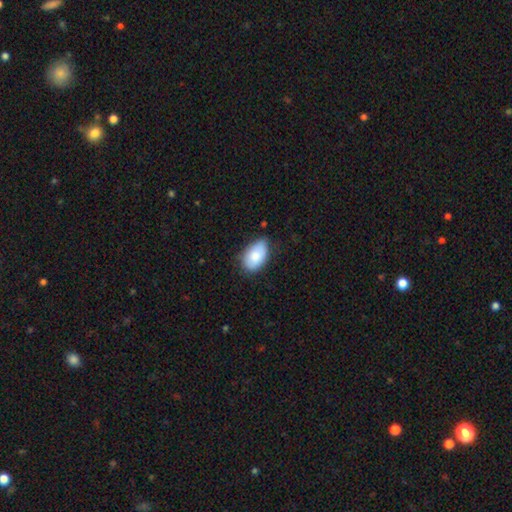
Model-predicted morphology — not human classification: Overall: smooth (84%). How rounded: in between (92%). Merging: none (64%; minor disturbance 30%).